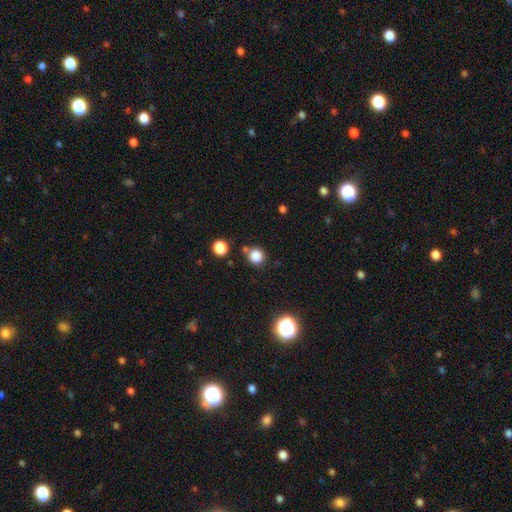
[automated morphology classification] Smooth or featured? Predicted: smooth (p=0.82). How rounded? Predicted: round (p=0.89). Merging? Predicted: none (p=0.75).